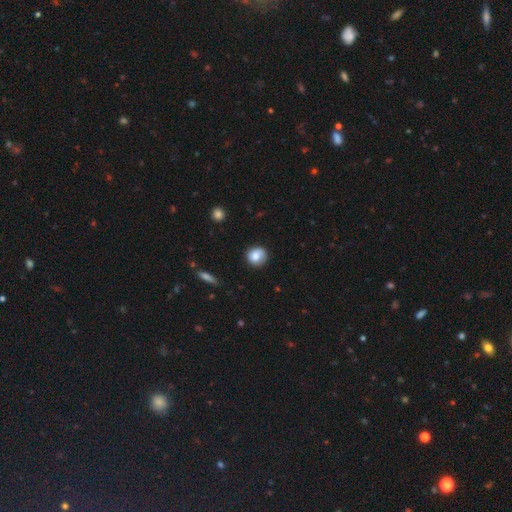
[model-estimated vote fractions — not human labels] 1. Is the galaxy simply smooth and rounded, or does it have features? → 80% smooth, 12% featured or disk, 8% star or artifact.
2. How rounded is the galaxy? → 87% round, 12% in between, 1% cigar-shaped.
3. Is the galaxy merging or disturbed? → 82% none, 14% minor disturbance, 3% major disturbance, 1% merger.